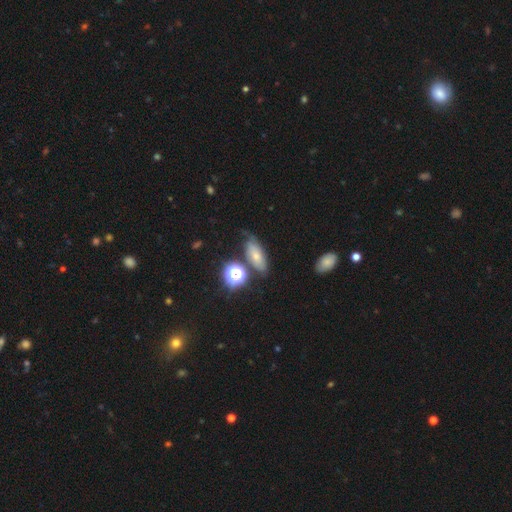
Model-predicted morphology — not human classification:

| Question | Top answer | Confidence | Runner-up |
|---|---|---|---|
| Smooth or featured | smooth | 57% | featured or disk (26%) |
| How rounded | in between | 73% | cigar-shaped (14%) |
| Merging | none | 61% | minor disturbance (23%) |